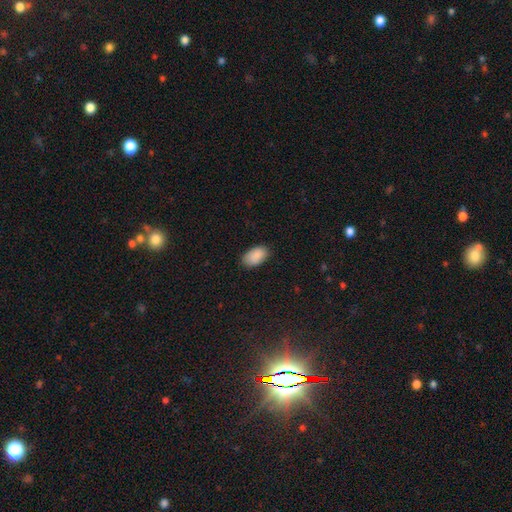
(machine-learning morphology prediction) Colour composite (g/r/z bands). It shows a smooth galaxy with no disk features (89%) that is in between round and cigar-shaped (94%). Merging: none (81%).